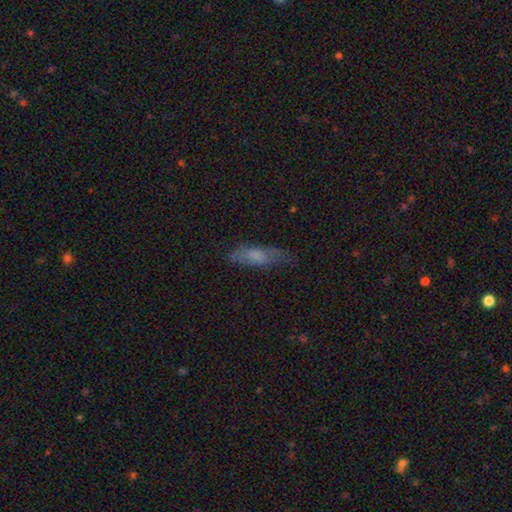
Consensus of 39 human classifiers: Smooth or featured?
  - smooth: 67% *
  - featured or disk: 26%
  - star or artifact: 8%
How rounded?
  - in between: 65% *
  - cigar-shaped: 27%
  - round: 8%
Merging?
  - none: 50% *
  - major disturbance: 28%
  - minor disturbance: 19%
  - merger: 3%